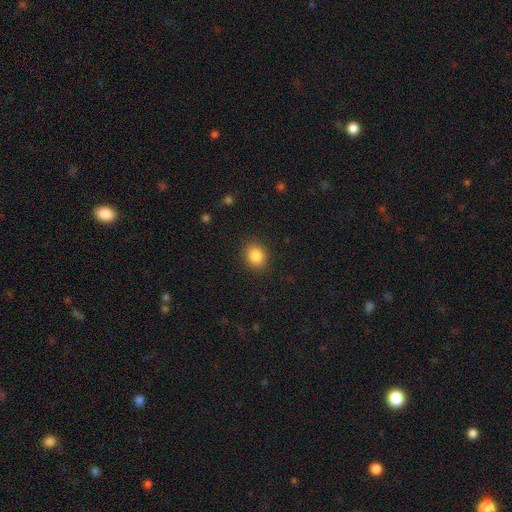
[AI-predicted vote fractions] Morphology: type=smooth (85%); roundness=round (61%); merging=none (89%).